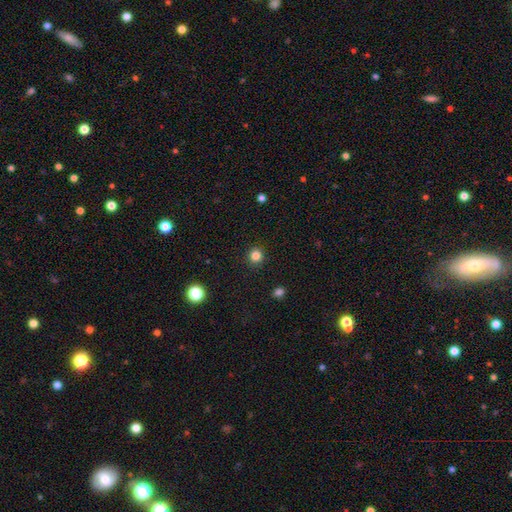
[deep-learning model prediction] smooth_or_featured: smooth (p=0.83) [alt: star or artifact p=0.12]
how_rounded: round (p=0.93) [alt: in between p=0.06]
merging: none (p=0.92) [alt: minor disturbance p=0.05]